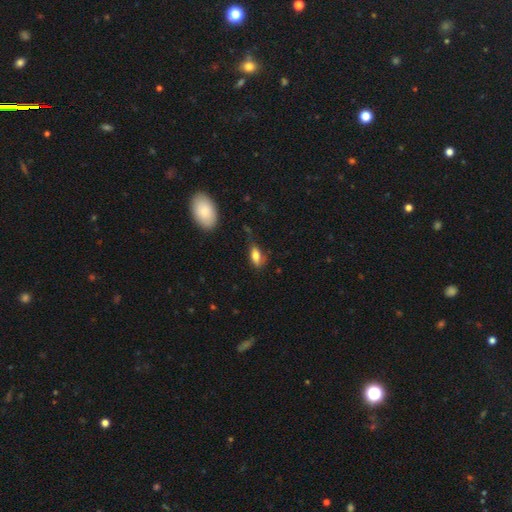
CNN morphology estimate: This is likely a smooth galaxy (77%). How rounded: clearly in between (86%). Merging: possibly none (45%).